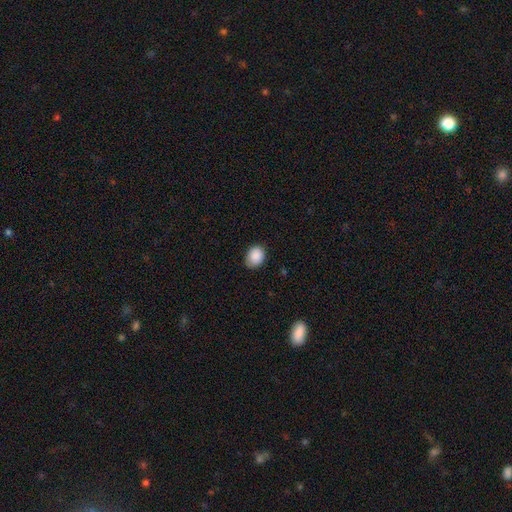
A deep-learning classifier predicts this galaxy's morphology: Q: Smooth or featured?
A: smooth (89%); runner-up: star or artifact (8%)
Q: How rounded?
A: in between (55%); runner-up: round (44%)
Q: Merging?
A: none (79%); runner-up: minor disturbance (17%)